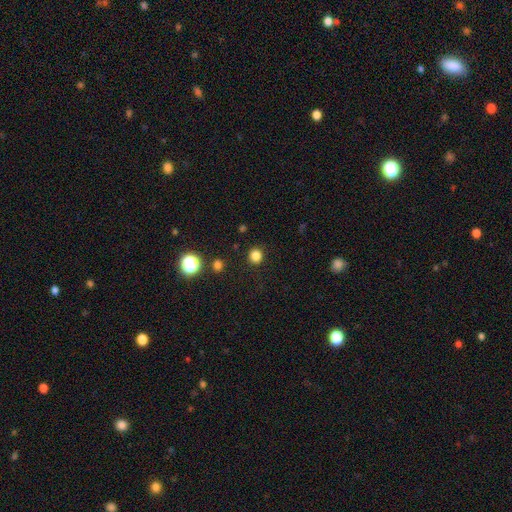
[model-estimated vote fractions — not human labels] This is clearly a smooth galaxy (82%). How rounded: clearly round (91%). Merging: clearly none (90%).